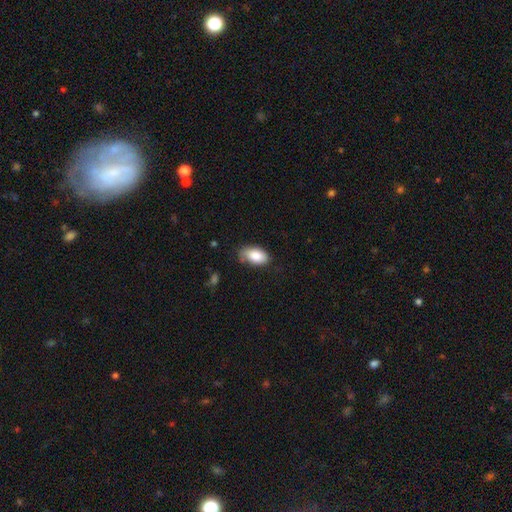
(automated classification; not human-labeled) The model was most divided on "merging": none: 63%, minor disturbance: 28%, major disturbance: 6%, merger: 2%. More confident: how rounded — in between (94%); smooth or featured — smooth (84%).